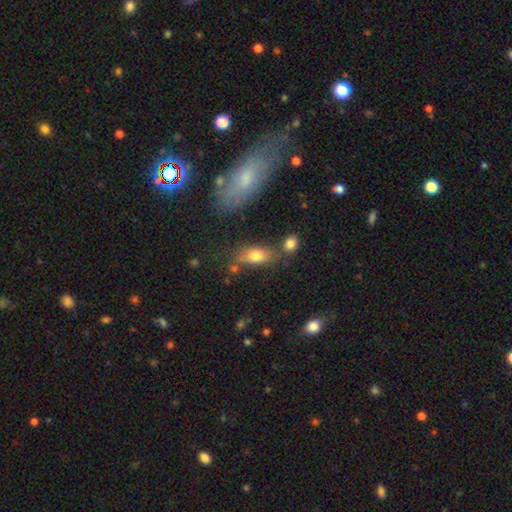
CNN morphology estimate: Q: Smooth or featured?
A: smooth (75%); runner-up: featured or disk (15%)
Q: How rounded?
A: in between (80%); runner-up: cigar-shaped (11%)
Q: Merging?
A: none (59%); runner-up: minor disturbance (18%)